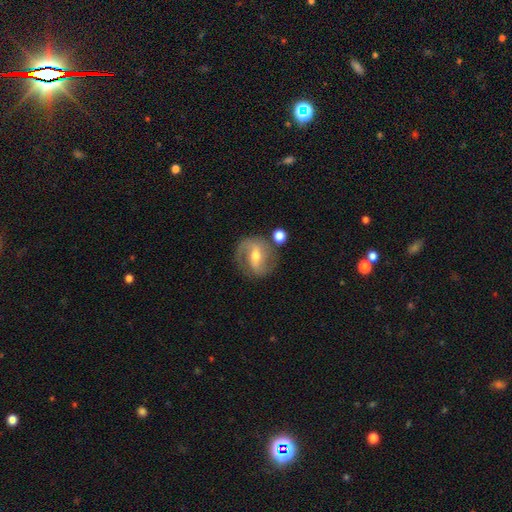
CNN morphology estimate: smooth-or-featured: featured or disk: 75% | smooth: 18% | star or artifact: 7%
  disk-edge-on: no: 96% | yes: 4%
    bar: weak: 42% | strong: 40% | no: 18%
    has-spiral-arms: yes: 87% | no: 13%
      spiral-winding: medium: 48% | tight: 27% | loose: 25%
      spiral-arm-count: 2: 80% | 1: 8% | can't tell: 8% | 3: 2% | 4: 1% | more than 4: 1%
    bulge-size: moderate: 59% | small: 35% | large: 3% | none: 1% | dominant: 1%
  merging: none: 72% | minor disturbance: 15% | major disturbance: 7% | merger: 6%